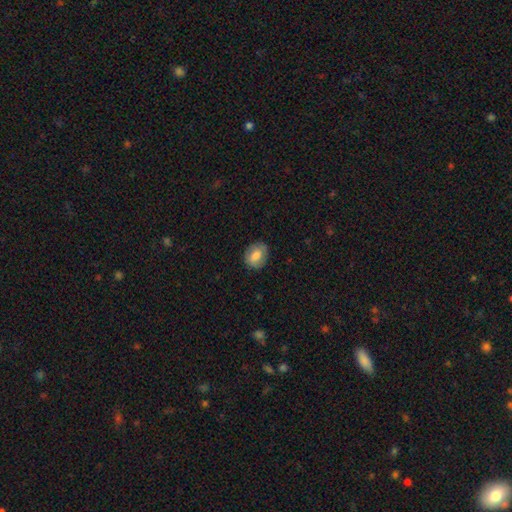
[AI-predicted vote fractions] smooth-or-featured: smooth: 76% | featured or disk: 16% | star or artifact: 8%
  how-rounded: round: 51% | in between: 48% | cigar-shaped: 1%
  merging: none: 81% | minor disturbance: 15% | major disturbance: 3% | merger: 1%